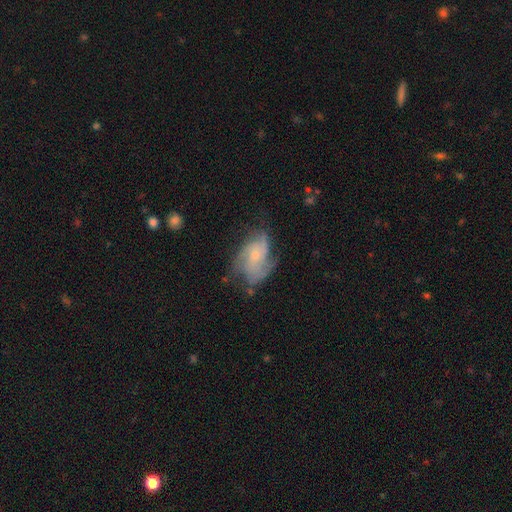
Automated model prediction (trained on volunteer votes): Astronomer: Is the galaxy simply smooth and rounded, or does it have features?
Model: featured or disk — 75%.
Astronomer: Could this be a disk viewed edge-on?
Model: no — 97%.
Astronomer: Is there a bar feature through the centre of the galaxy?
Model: no — 70%.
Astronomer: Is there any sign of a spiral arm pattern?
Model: yes — 89%.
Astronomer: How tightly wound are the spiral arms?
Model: medium — 44% (runner-up: tight, 32%).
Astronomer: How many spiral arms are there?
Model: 3 — 32% (runner-up: can't tell, 25%).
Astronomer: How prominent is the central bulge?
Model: small — 66%.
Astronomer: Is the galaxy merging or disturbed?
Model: none — 52% (runner-up: minor disturbance, 28%).